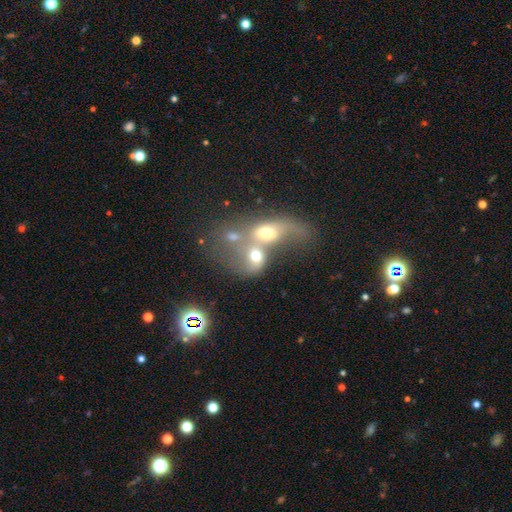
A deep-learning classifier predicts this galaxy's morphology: Smooth or featured: smooth — 52% (featured or disk — 36%)
How rounded: in between — 62% (round — 35%)
Merging: merger — 76% (major disturbance — 12%)